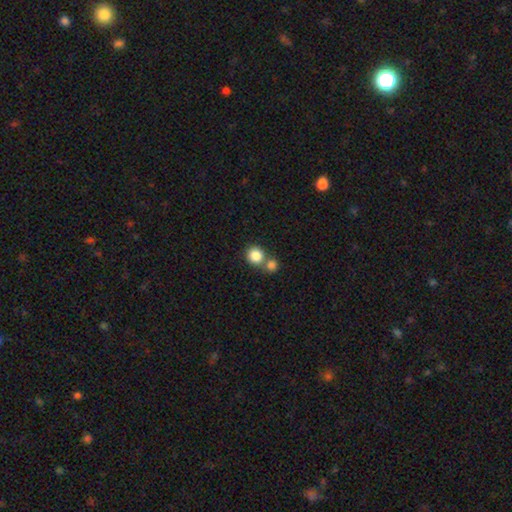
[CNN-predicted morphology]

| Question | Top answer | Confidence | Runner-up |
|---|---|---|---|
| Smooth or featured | smooth | 84% | star or artifact (9%) |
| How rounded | round | 89% | in between (10%) |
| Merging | none | 54% | merger (37%) |